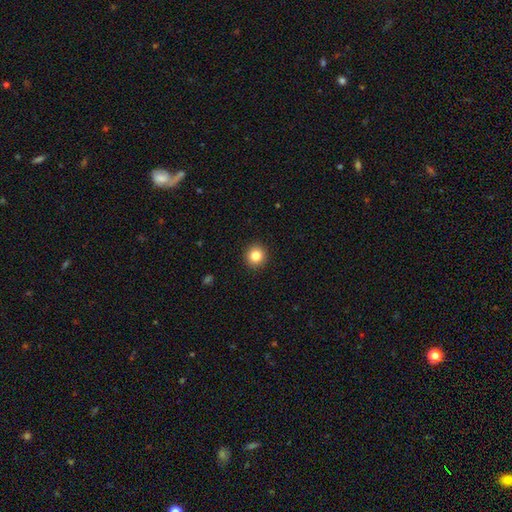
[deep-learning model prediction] This is clearly a smooth galaxy (84%). How rounded: clearly round (92%). Merging: clearly none (93%).